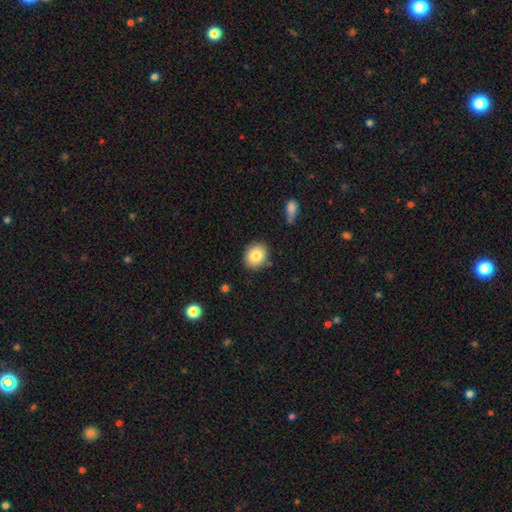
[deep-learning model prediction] The model was most divided on "how rounded": round: 67%, in between: 32%, cigar-shaped: 1%. More confident: merging — none (84%); smooth or featured — smooth (83%).